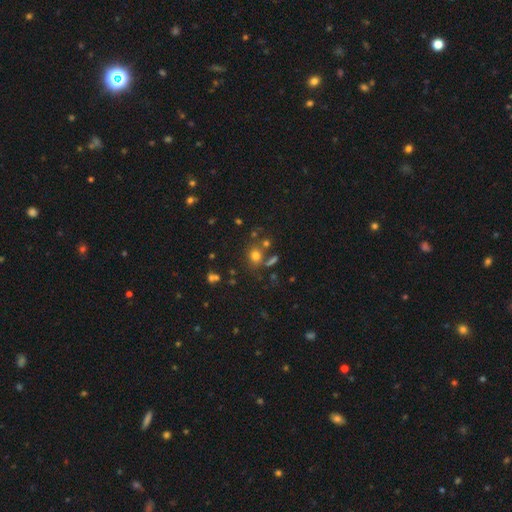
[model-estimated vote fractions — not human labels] The model was most divided on "how rounded": round: 68%, in between: 31%, cigar-shaped: 1%. More confident: smooth or featured — smooth (71%); merging — none (67%).